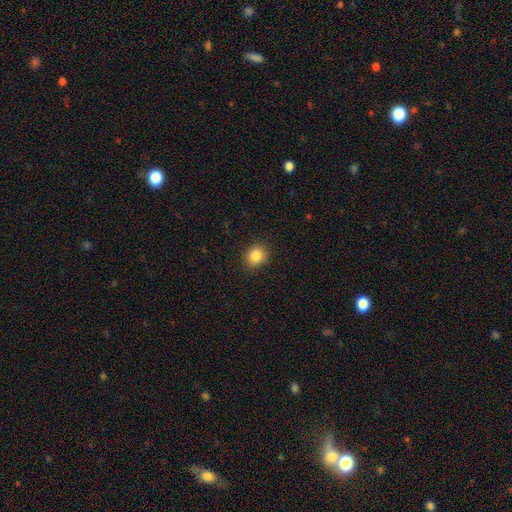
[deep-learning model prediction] Overall: smooth (85%). How rounded: round (73%). Merging: none (90%).